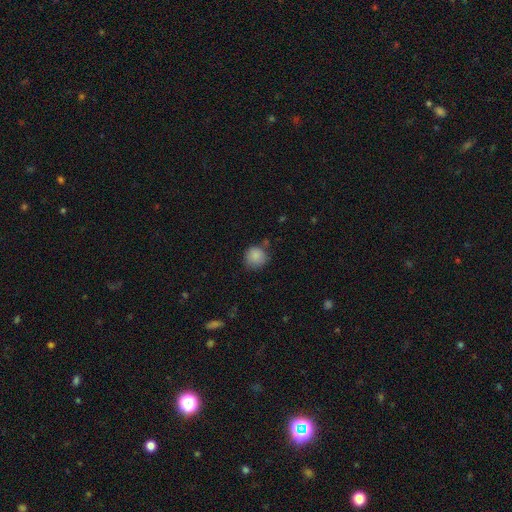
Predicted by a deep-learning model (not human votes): Smooth or featured? Predicted: smooth (p=0.87). How rounded? Predicted: round (p=0.90). Merging? Predicted: none (p=0.73).